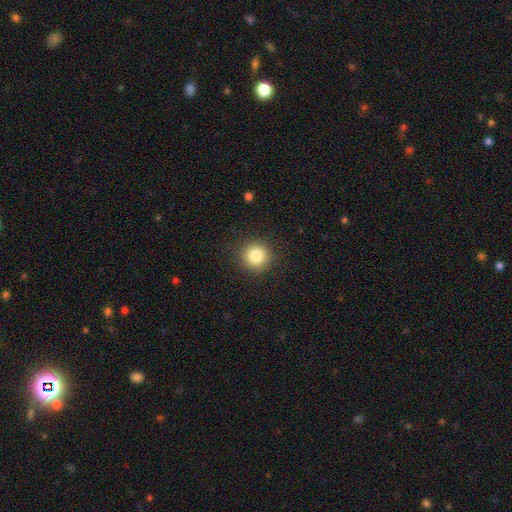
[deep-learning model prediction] smooth-or-featured: smooth: 84% | star or artifact: 10% | featured or disk: 6%
  how-rounded: round: 94% | in between: 5% | cigar-shaped: 1%
  merging: none: 91% | minor disturbance: 6% | major disturbance: 2% | merger: 1%